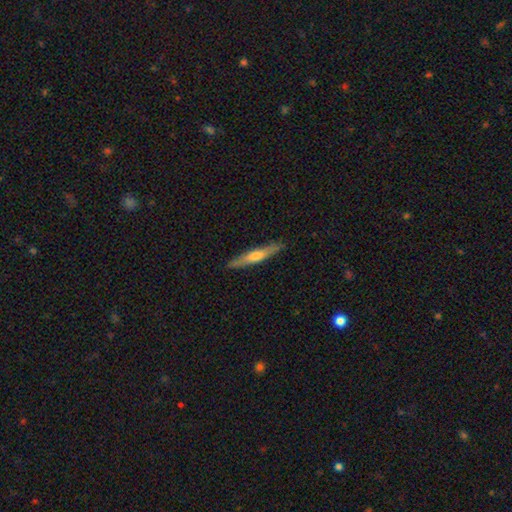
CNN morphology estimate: Overall: featured or disk (48%; smooth 46%). Merging: none (88%).